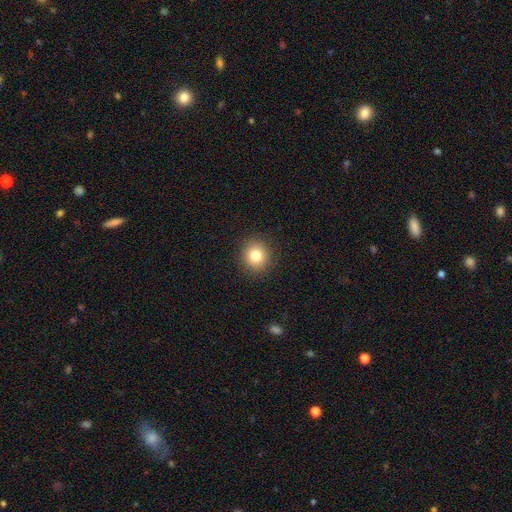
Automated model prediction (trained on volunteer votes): Smooth or featured?
  - smooth: 81% *
  - star or artifact: 11%
  - featured or disk: 8%
How rounded?
  - round: 88% *
  - in between: 11%
  - cigar-shaped: 1%
Merging?
  - none: 92% *
  - minor disturbance: 6%
  - major disturbance: 2%
  - merger: 1%